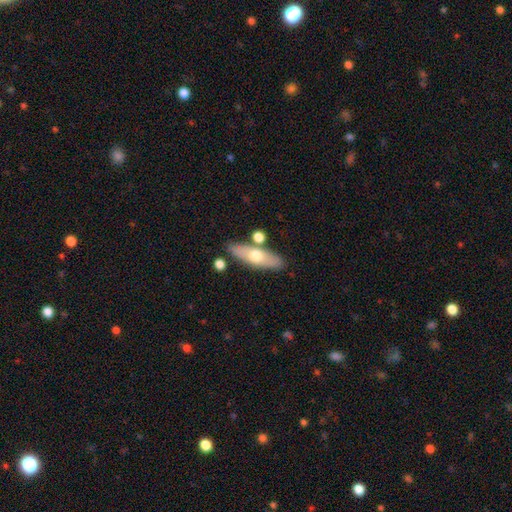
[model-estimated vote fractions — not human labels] Morphology: type=smooth (53%); roundness=in between (49%); merging=none (79%).